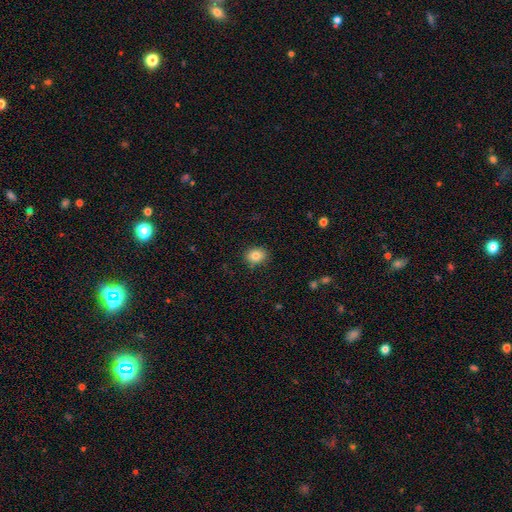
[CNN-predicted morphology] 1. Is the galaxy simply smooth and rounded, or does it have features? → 82% smooth, 10% star or artifact, 8% featured or disk.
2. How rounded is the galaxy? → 51% in between, 48% round, 1% cigar-shaped.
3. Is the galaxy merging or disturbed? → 86% none, 10% minor disturbance, 2% major disturbance, 1% merger.